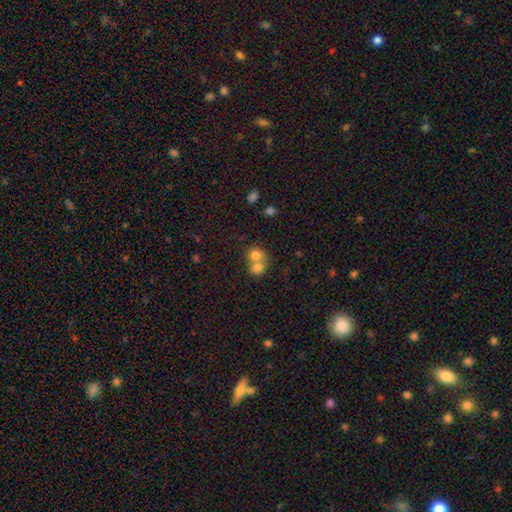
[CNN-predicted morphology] Smooth or featured? smooth (75%)
How rounded? round (67%)
Merging? merger (68%)